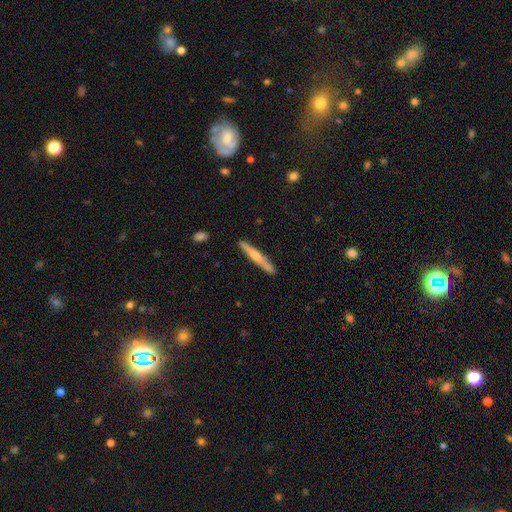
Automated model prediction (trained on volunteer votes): This appears to be a featured or disk galaxy (53%) viewed edge-on (97%) with a rounded central bulge (71%). Merging: none (89%).